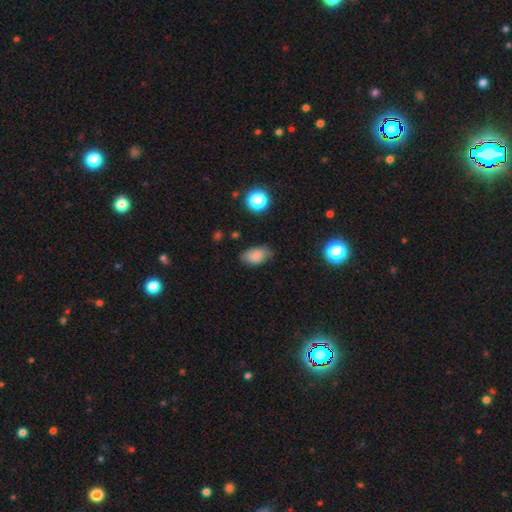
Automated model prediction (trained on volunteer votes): A smooth galaxy with no disk features (83%) that is in between round and cigar-shaped (89%).

Vote fractions:
- Smooth or featured? smooth: 83% / star or artifact: 10% / featured or disk: 7%
- How rounded? in between: 89% / round: 9% / cigar-shaped: 2%
- Merging? none: 74% / minor disturbance: 20% / major disturbance: 4% / merger: 2%